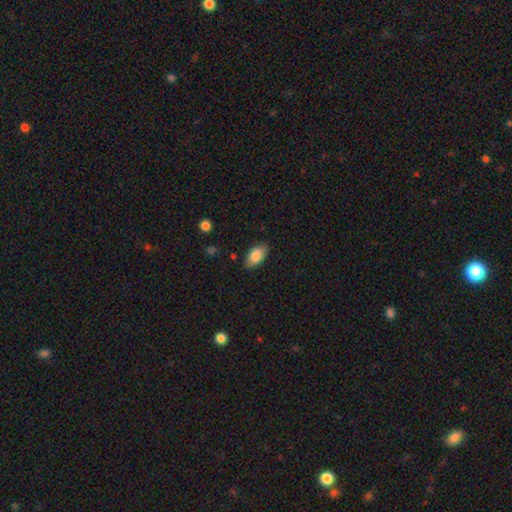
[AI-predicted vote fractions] Smooth or featured? smooth (84%)
How rounded? in between (93%)
Merging? none (82%)